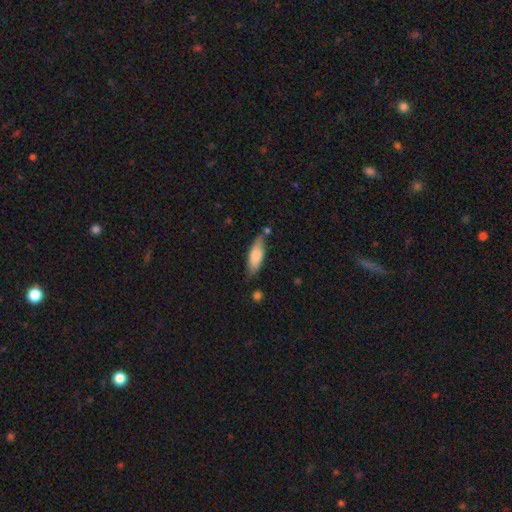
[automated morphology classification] Smooth or featured?
  - smooth: 76% *
  - featured or disk: 18%
  - star or artifact: 6%
How rounded?
  - in between: 57% *
  - cigar-shaped: 41%
  - round: 2%
Merging?
  - none: 67% *
  - minor disturbance: 22%
  - merger: 7%
  - major disturbance: 5%